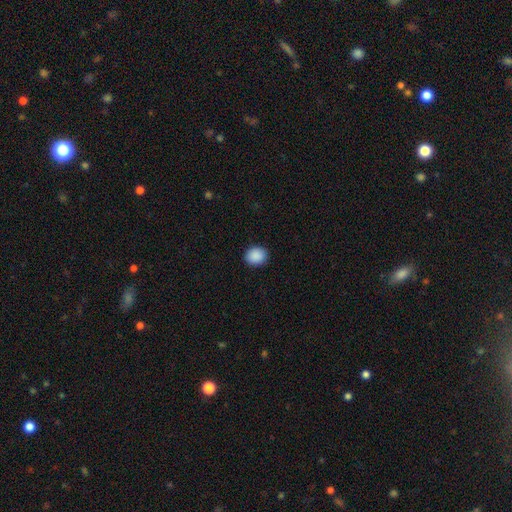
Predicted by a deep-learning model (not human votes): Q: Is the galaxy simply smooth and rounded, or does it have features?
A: smooth — 90%.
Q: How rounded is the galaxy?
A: round — 68%.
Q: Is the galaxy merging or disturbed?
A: none — 90%.